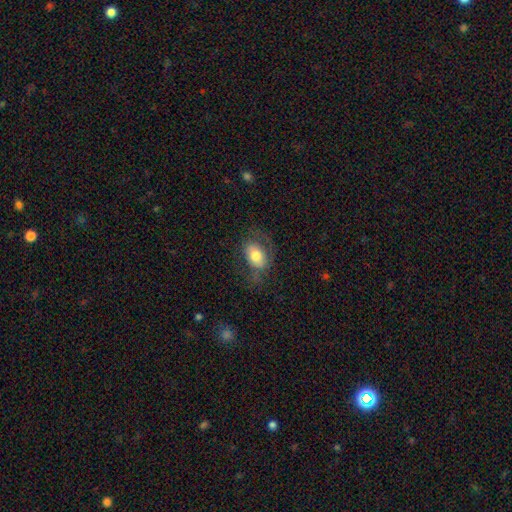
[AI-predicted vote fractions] Q: Smooth or featured?
A: smooth (65%); runner-up: featured or disk (27%)
Q: How rounded?
A: in between (82%); runner-up: round (17%)
Q: Merging?
A: none (57%); runner-up: minor disturbance (22%)